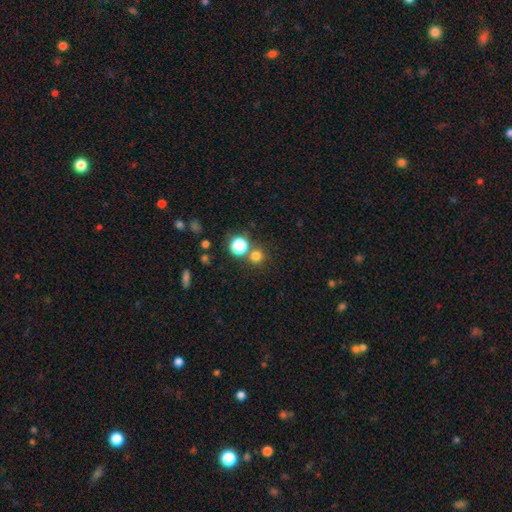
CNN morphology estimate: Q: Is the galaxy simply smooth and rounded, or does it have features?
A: smooth — 73%.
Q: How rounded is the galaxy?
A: round — 93%.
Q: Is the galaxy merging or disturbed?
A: none — 74%.